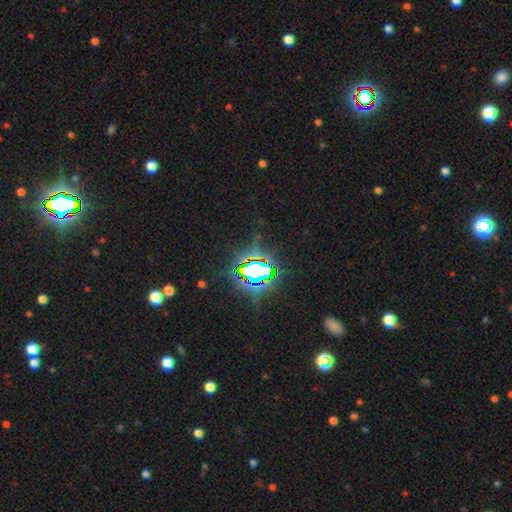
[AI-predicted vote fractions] This is clearly a star or artifact rather than a galaxy (81%).